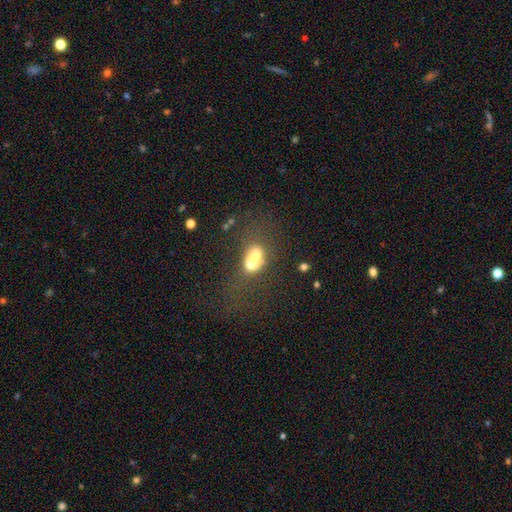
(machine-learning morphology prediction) Smooth or featured?
  - smooth: 55% *
  - featured or disk: 32%
  - star or artifact: 14%
How rounded?
  - in between: 50% *
  - round: 48%
  - cigar-shaped: 2%
Merging?
  - merger: 67% *
  - none: 18%
  - major disturbance: 7%
  - minor disturbance: 7%